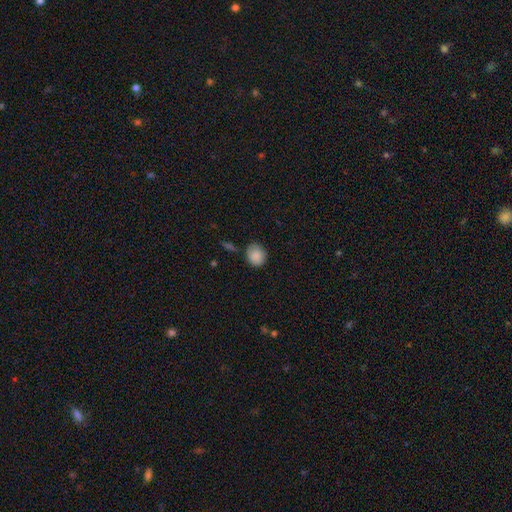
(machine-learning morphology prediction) Smooth or featured?
  - smooth: 87% *
  - star or artifact: 8%
  - featured or disk: 5%
How rounded?
  - round: 70% *
  - in between: 29%
  - cigar-shaped: 1%
Merging?
  - none: 66% *
  - minor disturbance: 25%
  - major disturbance: 5%
  - merger: 4%